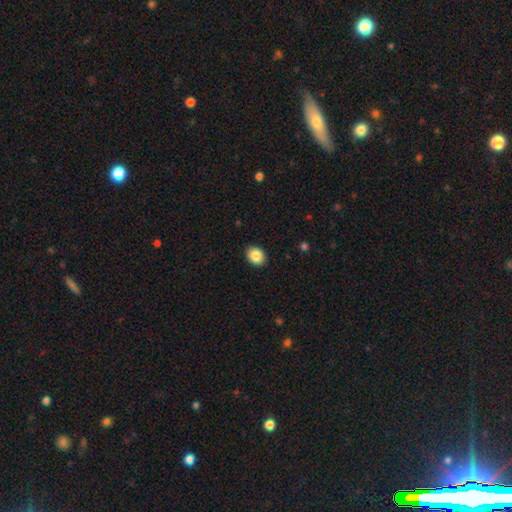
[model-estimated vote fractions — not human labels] smooth 87%, star or artifact 8%, featured or disk 5%. Down the decision tree: how rounded — in between (51%); merging — none (90%).